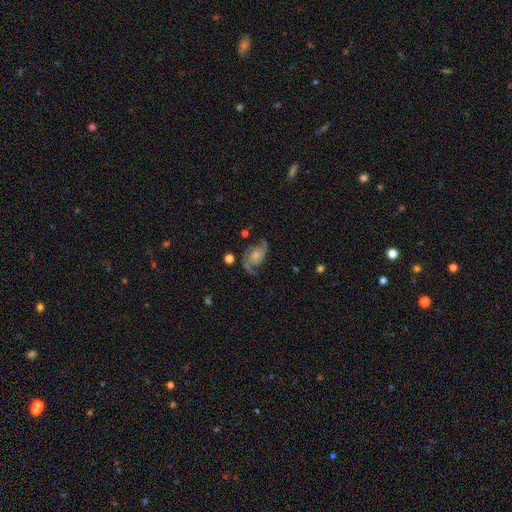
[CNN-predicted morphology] Q: Smooth or featured?
A: featured or disk (83%); runner-up: smooth (10%)
Q: Edge-on disk?
A: no (97%); runner-up: yes (3%)
Q: Bar?
A: no (65%); runner-up: weak (29%)
Q: Spiral arms?
A: yes (96%); runner-up: no (4%)
Q: Spiral winding?
A: medium (46%); runner-up: loose (38%)
Q: Spiral arm count?
A: 2 (87%); runner-up: can't tell (4%)
Q: Bulge size?
A: small (33%); runner-up: moderate (32%)
Q: Merging?
A: none (66%); runner-up: minor disturbance (19%)